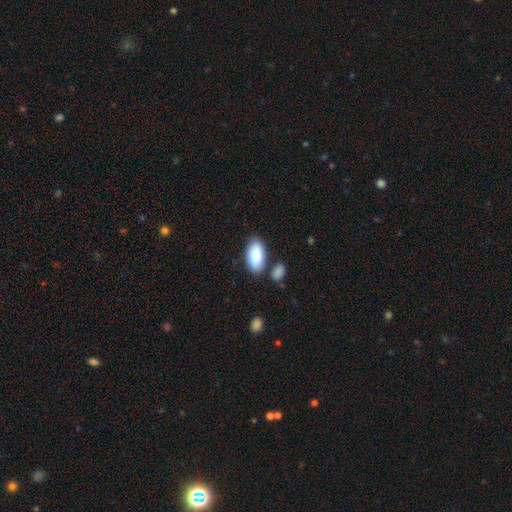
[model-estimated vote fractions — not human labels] smooth_or_featured: smooth (p=0.89) [alt: featured or disk p=0.06]
how_rounded: in between (p=0.94) [alt: cigar-shaped p=0.04]
merging: none (p=0.74) [alt: minor disturbance p=0.13]